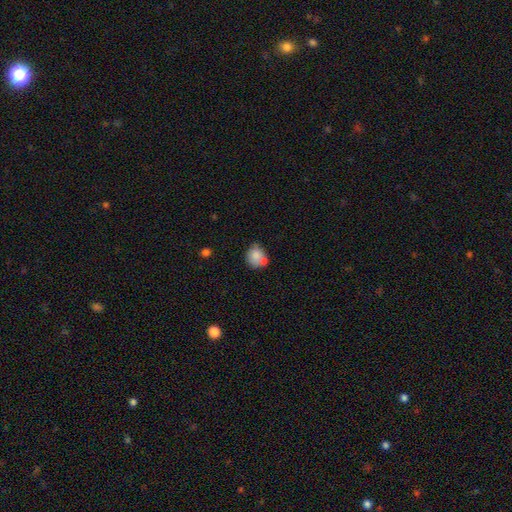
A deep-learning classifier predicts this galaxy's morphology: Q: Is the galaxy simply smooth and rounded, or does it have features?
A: smooth — 80%.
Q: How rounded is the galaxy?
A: round — 74%.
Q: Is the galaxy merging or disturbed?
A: none — 50%.